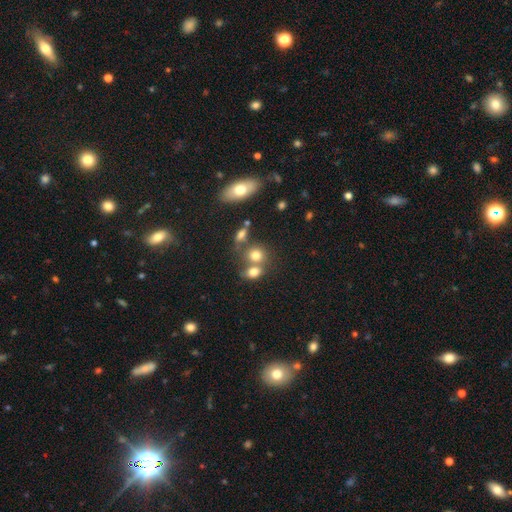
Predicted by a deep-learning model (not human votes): This appears to be a smooth galaxy with no disk features (75%) that is round (65%). Merging: merger (43%).